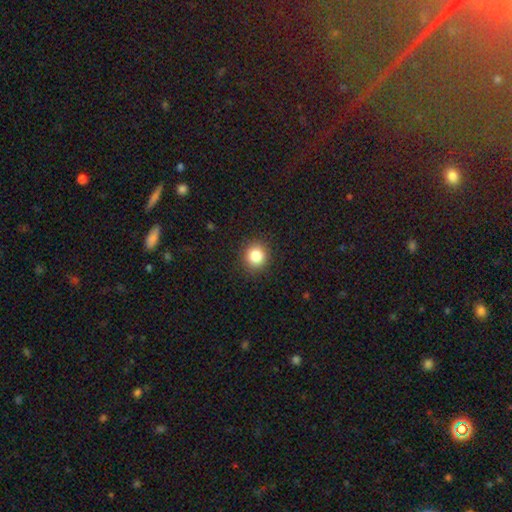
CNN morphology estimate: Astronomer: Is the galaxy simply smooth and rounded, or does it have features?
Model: smooth — 84%.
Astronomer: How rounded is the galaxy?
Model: round — 90%.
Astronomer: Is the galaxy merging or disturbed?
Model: none — 91%.